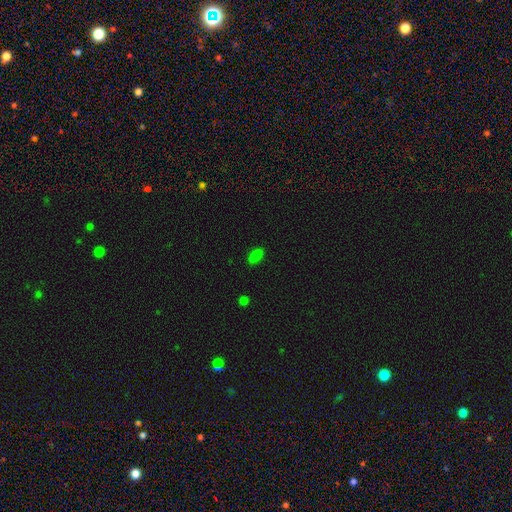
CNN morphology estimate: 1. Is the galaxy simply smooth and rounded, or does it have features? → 83% smooth, 14% star or artifact, 4% featured or disk.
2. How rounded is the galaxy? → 86% in between, 10% cigar-shaped, 3% round.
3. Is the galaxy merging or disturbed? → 87% none, 9% minor disturbance, 2% major disturbance, 1% merger.